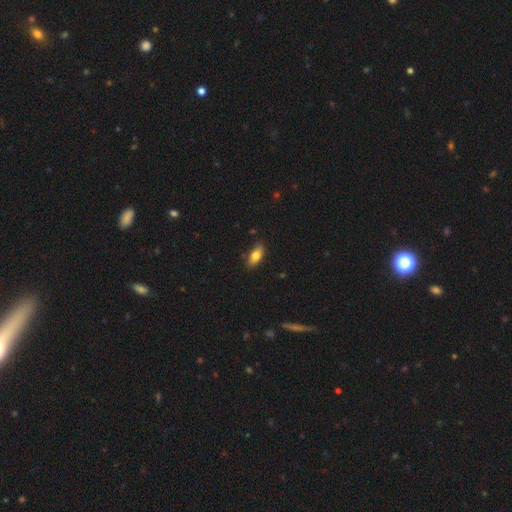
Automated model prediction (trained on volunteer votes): This is clearly a smooth galaxy (80%). How rounded: clearly in between (86%). Merging: clearly none (82%).